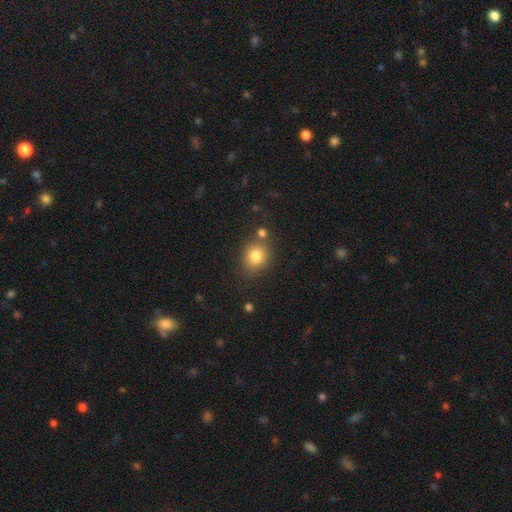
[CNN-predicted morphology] smooth 82%, star or artifact 11%, featured or disk 7%. Down the decision tree: how rounded — round (71%); merging — none (71%).